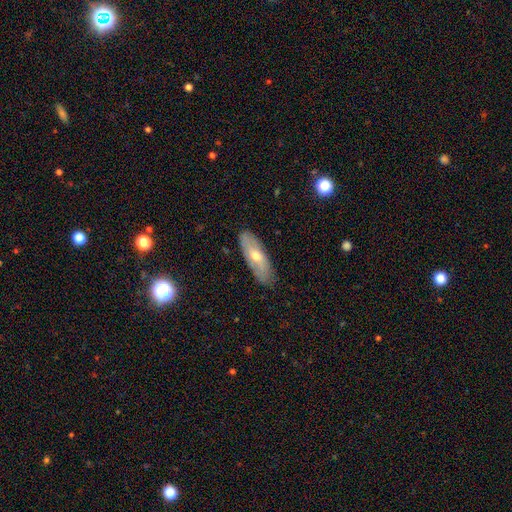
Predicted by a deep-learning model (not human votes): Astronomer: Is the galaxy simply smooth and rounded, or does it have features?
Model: featured or disk — 49% (runner-up: smooth, 43%).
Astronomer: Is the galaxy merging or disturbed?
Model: none — 85%.